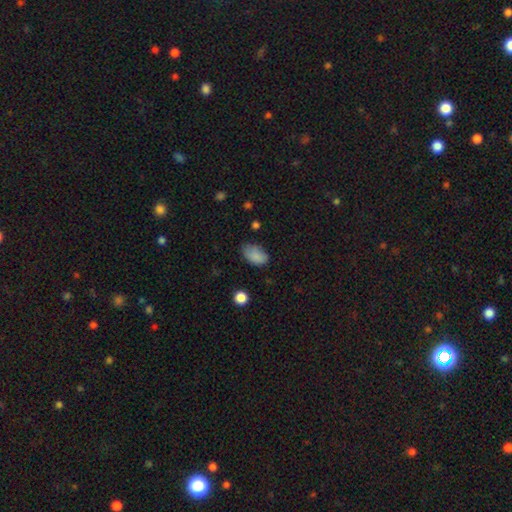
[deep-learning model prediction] This is clearly a smooth galaxy (85%). How rounded: clearly in between (91%). Merging: likely none (62%).